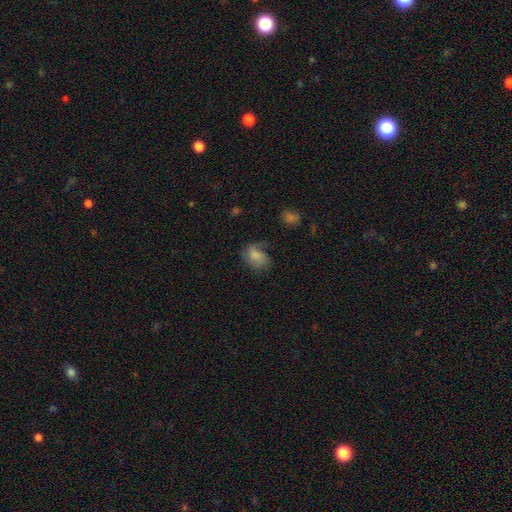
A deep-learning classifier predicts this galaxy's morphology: Overall: smooth (72%). How rounded: in between (78%). Merging: none (48%; minor disturbance 29%).